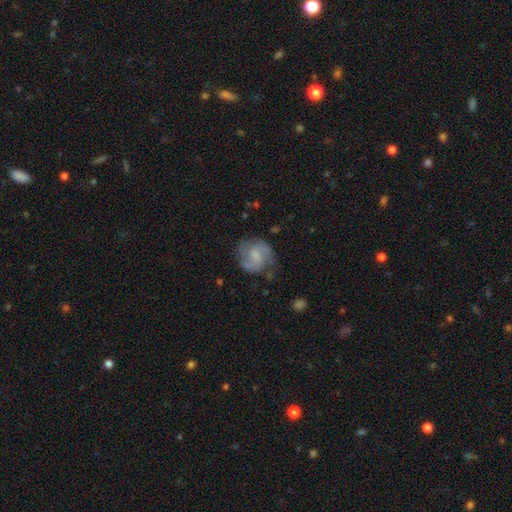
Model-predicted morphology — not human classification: smooth_or_featured: featured or disk (p=0.66) [alt: smooth p=0.28]
disk_edge_on: no (p=0.98) [alt: yes p=0.02]
bar: no (p=0.52) [alt: weak p=0.41]
has_spiral_arms: yes (p=0.91) [alt: no p=0.09]
spiral_winding: medium (p=0.51) [alt: tight p=0.25]
spiral_arm_count: 2 (p=0.70) [alt: can't tell p=0.12]
bulge_size: small (p=0.43) [alt: moderate p=0.29]
merging: none (p=0.70) [alt: minor disturbance p=0.19]